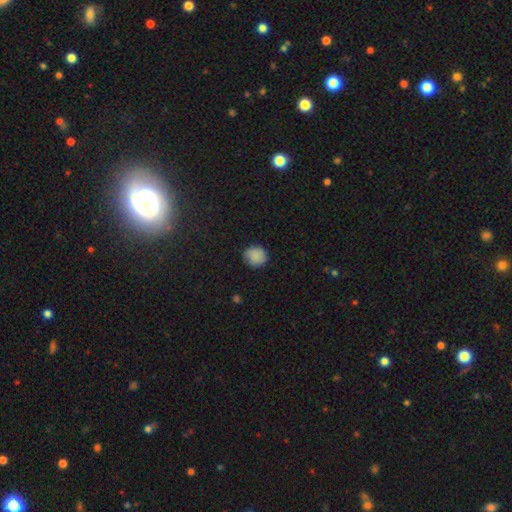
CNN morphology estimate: Q: Smooth or featured?
A: smooth (83%); runner-up: featured or disk (9%)
Q: How rounded?
A: round (87%); runner-up: in between (12%)
Q: Merging?
A: none (84%); runner-up: minor disturbance (12%)